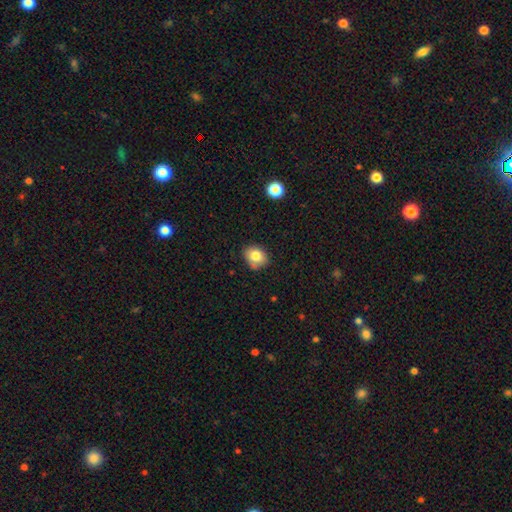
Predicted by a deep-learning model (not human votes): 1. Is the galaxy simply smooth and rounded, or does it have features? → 80% smooth, 10% featured or disk, 10% star or artifact.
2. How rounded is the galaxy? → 54% round, 45% in between, 1% cigar-shaped.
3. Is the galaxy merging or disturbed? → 73% none, 20% minor disturbance, 3% major disturbance, 3% merger.